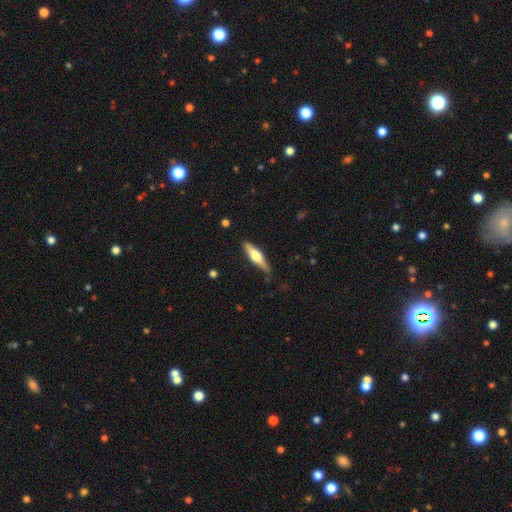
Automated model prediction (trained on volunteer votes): Q: Smooth or featured?
A: featured or disk (56%); runner-up: smooth (39%)
Q: Edge-on disk?
A: yes (95%); runner-up: no (5%)
Q: Edge-on bulge?
A: rounded (91%); runner-up: boxy (6%)
Q: Merging?
A: none (83%); runner-up: minor disturbance (13%)